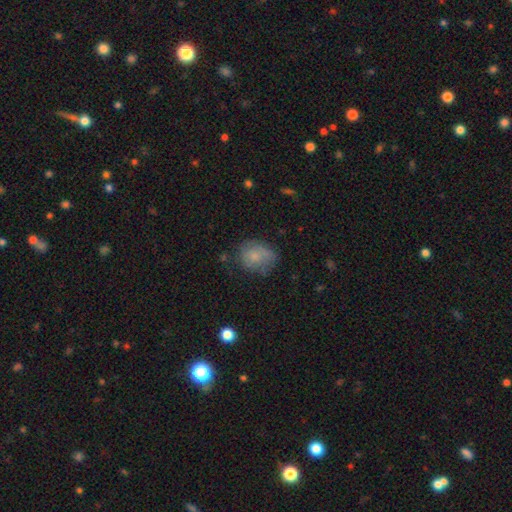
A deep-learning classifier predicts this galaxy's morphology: Overall: smooth (69%). How rounded: round (54%; in between 45%). Merging: none (52%; minor disturbance 30%).